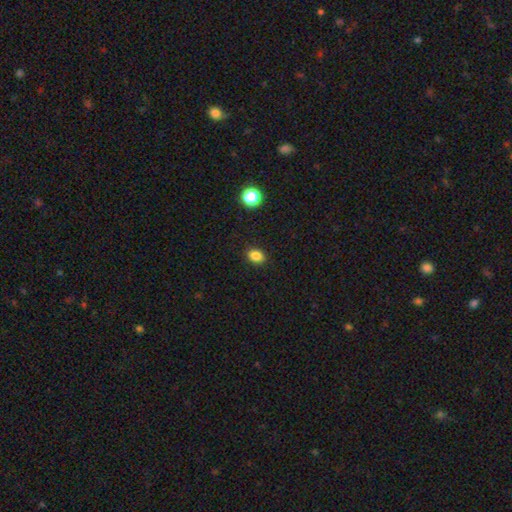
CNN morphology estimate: smooth-or-featured: smooth: 84% | star or artifact: 12% | featured or disk: 5%
  how-rounded: in between: 64% | round: 35% | cigar-shaped: 1%
  merging: none: 90% | minor disturbance: 7% | major disturbance: 2% | merger: 1%